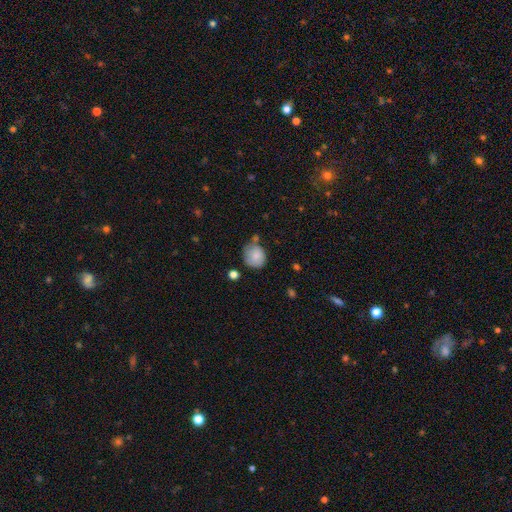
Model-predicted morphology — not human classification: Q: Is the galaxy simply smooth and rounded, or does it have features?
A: smooth — 82%.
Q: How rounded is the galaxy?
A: round — 74%.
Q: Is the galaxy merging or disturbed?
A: none — 56%.